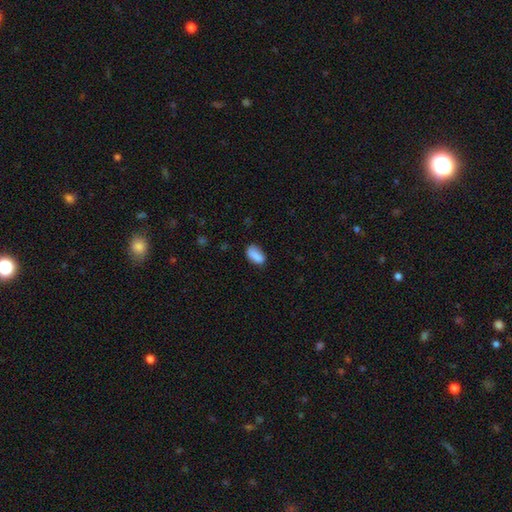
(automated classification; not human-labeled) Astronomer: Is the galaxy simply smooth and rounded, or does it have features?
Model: smooth — 85%.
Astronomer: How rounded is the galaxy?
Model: in between — 90%.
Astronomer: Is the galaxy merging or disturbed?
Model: none — 67%.